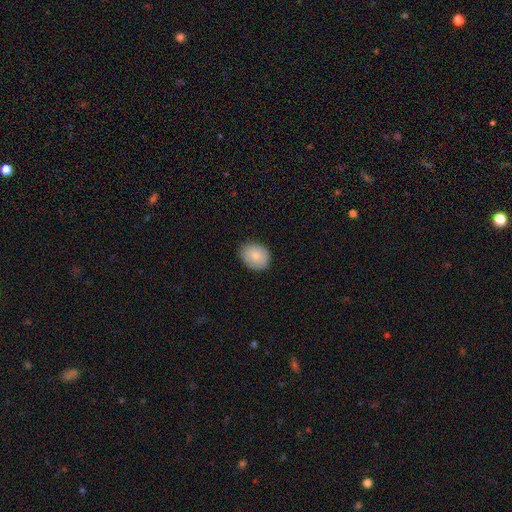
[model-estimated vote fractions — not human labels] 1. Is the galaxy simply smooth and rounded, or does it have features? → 80% smooth, 13% featured or disk, 7% star or artifact.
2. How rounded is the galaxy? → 56% round, 43% in between, 1% cigar-shaped.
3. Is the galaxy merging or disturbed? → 86% none, 11% minor disturbance, 2% major disturbance, 1% merger.